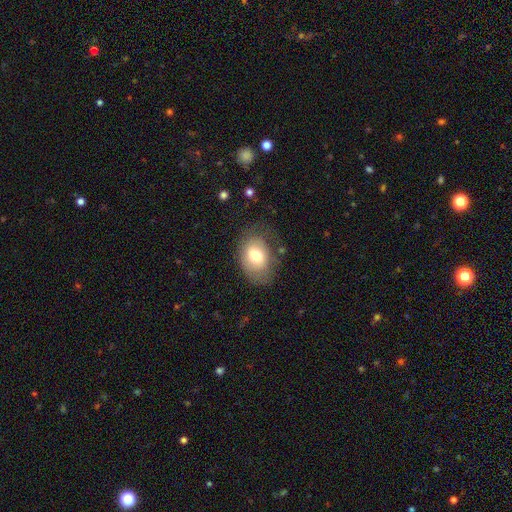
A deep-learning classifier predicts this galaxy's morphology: Overall: smooth (71%). How rounded: in between (75%). Merging: none (61%; minor disturbance 25%).